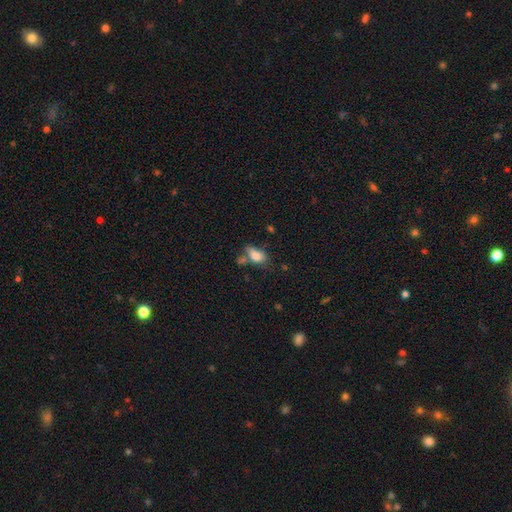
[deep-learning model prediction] smooth_or_featured: smooth (p=0.78) [alt: featured or disk p=0.12]
how_rounded: in between (p=0.82) [alt: round p=0.14]
merging: none (p=0.40) [alt: minor disturbance p=0.24]